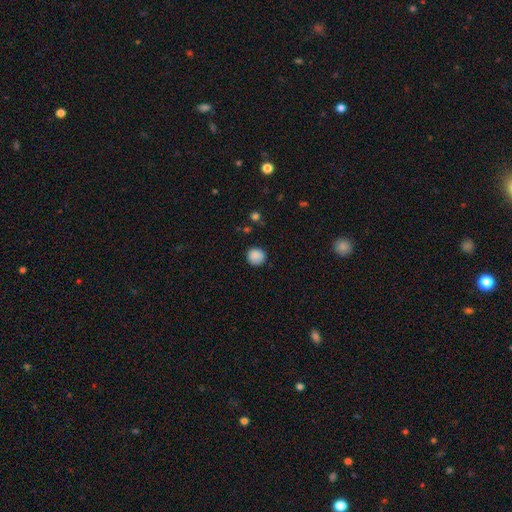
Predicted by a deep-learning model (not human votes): smooth-or-featured: smooth: 88% | star or artifact: 9% | featured or disk: 3%
  how-rounded: round: 93% | in between: 7% | cigar-shaped: 1%
  merging: none: 88% | minor disturbance: 9% | major disturbance: 2% | merger: 1%